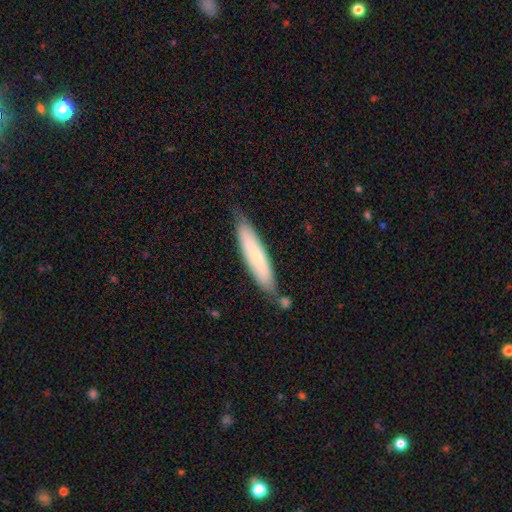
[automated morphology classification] Overall: smooth (62%; featured or disk 32%). How rounded: cigar-shaped (81%). Merging: none (73%).